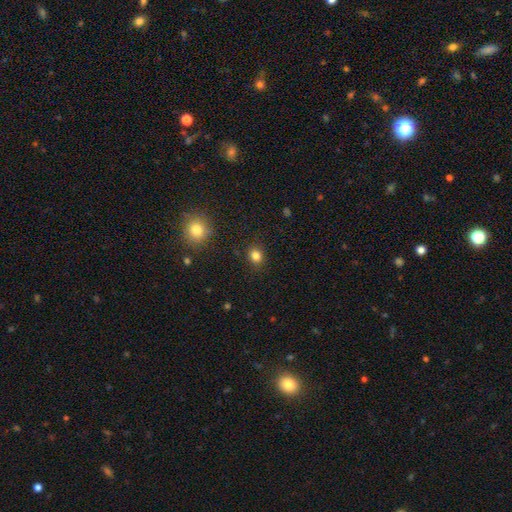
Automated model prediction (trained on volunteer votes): Smooth or featured? smooth (83%)
How rounded? round (69%)
Merging? none (88%)